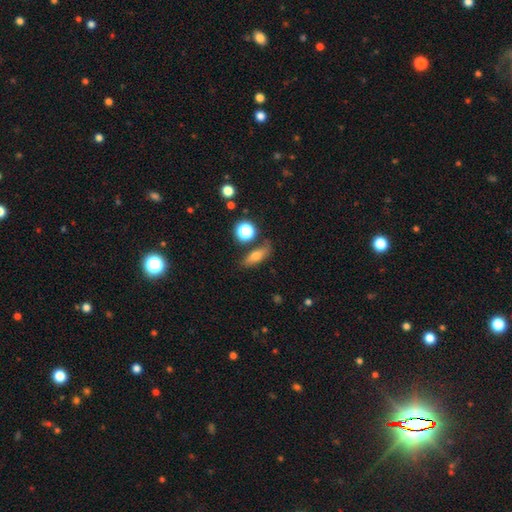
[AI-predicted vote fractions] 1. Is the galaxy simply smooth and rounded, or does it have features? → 64% smooth, 24% featured or disk, 12% star or artifact.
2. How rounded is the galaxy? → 57% in between, 32% cigar-shaped, 11% round.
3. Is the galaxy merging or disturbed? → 73% none, 16% minor disturbance, 6% merger, 5% major disturbance.